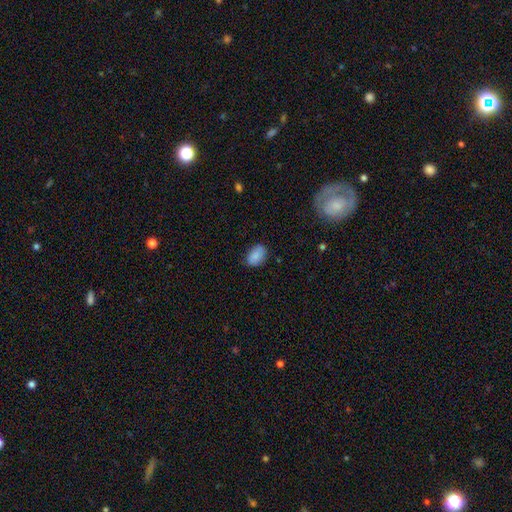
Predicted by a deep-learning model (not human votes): The model was most divided on "merging": none: 79%, minor disturbance: 17%, major disturbance: 3%, merger: 1%. More confident: how rounded — in between (88%); smooth or featured — smooth (87%).